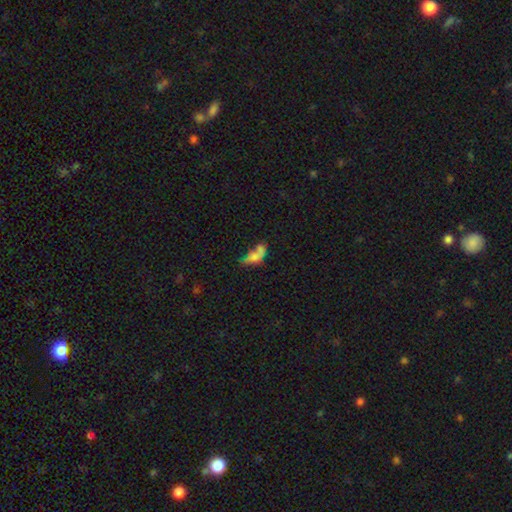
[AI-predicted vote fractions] Smooth or featured? smooth (53%)
How rounded? in between (81%)
Merging? merger (28%)